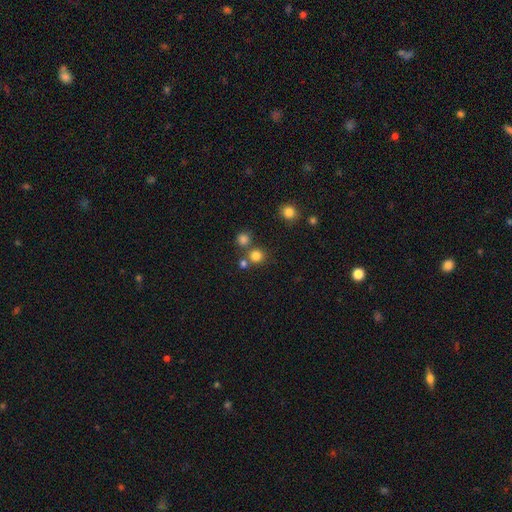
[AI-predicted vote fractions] smooth 78%, star or artifact 16%, featured or disk 5%. Down the decision tree: how rounded — round (90%); merging — none (69%).